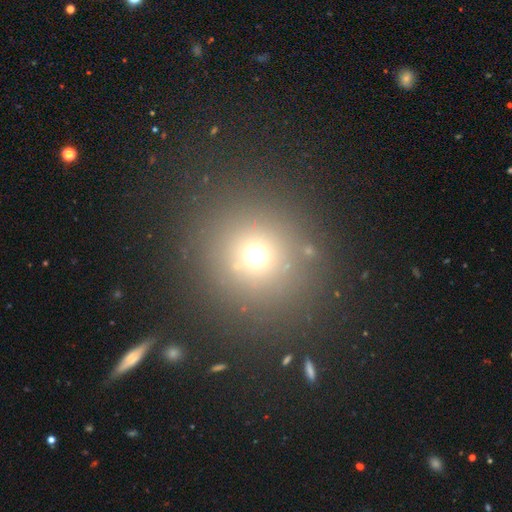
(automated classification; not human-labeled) Overall: smooth (65%; star or artifact 26%). How rounded: round (92%). Merging: none (84%).